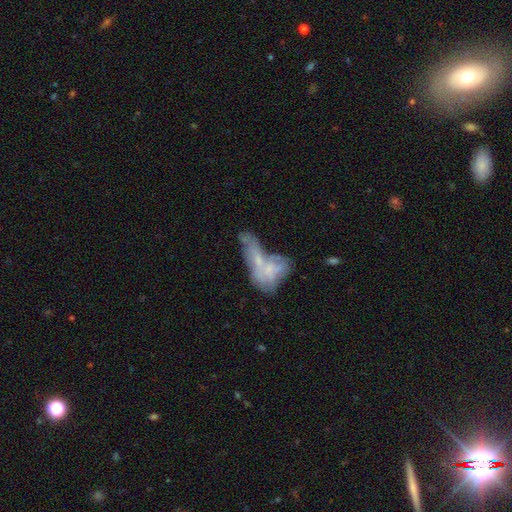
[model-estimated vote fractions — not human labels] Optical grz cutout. It shows a smooth galaxy with no disk features (46%). Merging: merger (58%).